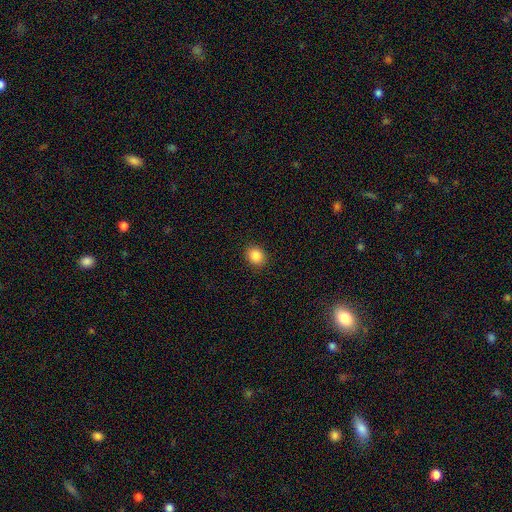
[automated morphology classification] A smooth galaxy with no disk features (86%) that is round (74%). Merging: none (91%).